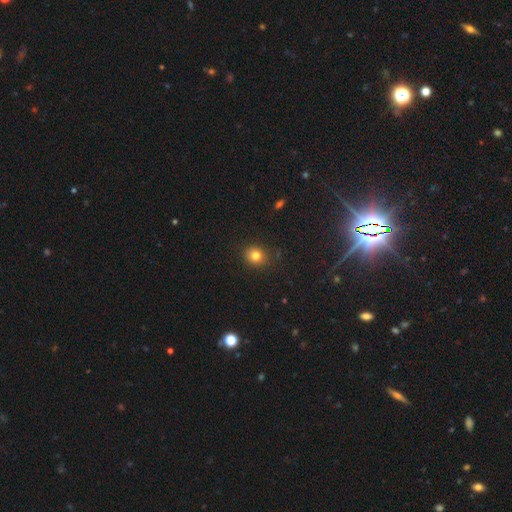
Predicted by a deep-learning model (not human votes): This is clearly a smooth galaxy (80%). How rounded: likely round (76%). Merging: clearly none (87%).